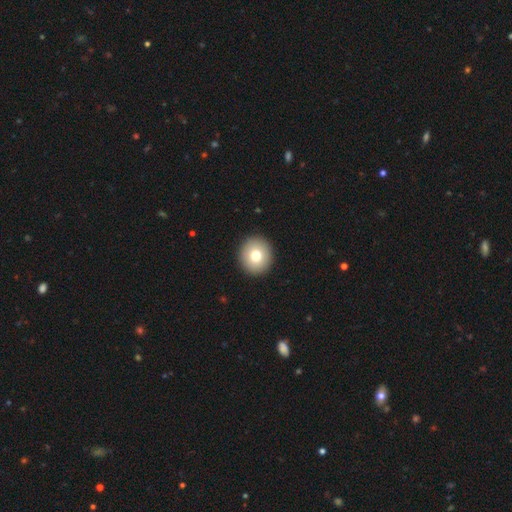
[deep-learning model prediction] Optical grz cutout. It shows a smooth galaxy with no disk features (75%) that is round (89%). Merging: none (93%).